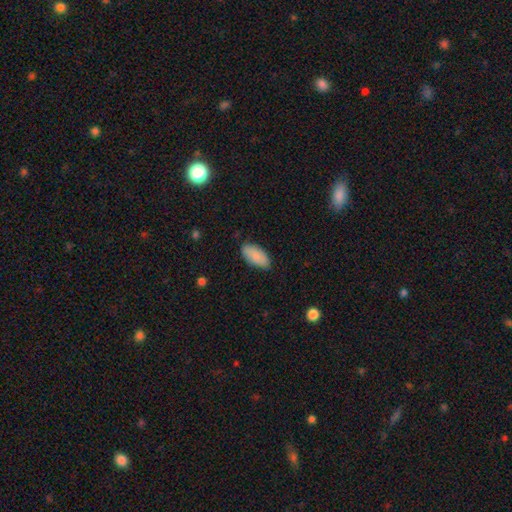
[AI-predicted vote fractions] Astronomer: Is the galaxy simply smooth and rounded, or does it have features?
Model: smooth — 88%.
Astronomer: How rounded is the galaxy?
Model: in between — 92%.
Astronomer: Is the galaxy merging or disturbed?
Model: none — 84%.